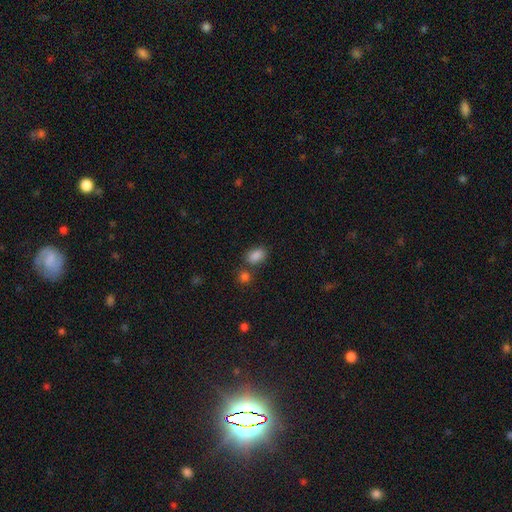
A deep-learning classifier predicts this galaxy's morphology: Smooth or featured: smooth — 85% (star or artifact — 10%)
How rounded: in between — 81% (round — 18%)
Merging: none — 66% (merger — 17%)